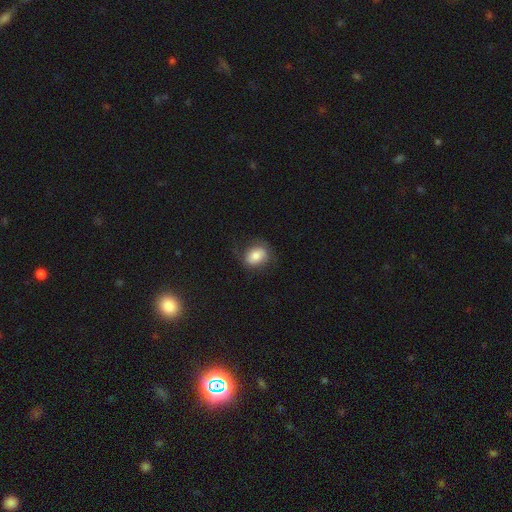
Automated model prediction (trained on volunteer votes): smooth 74%, featured or disk 18%, star or artifact 8%. Down the decision tree: how rounded — in between (60%); merging — none (69%).